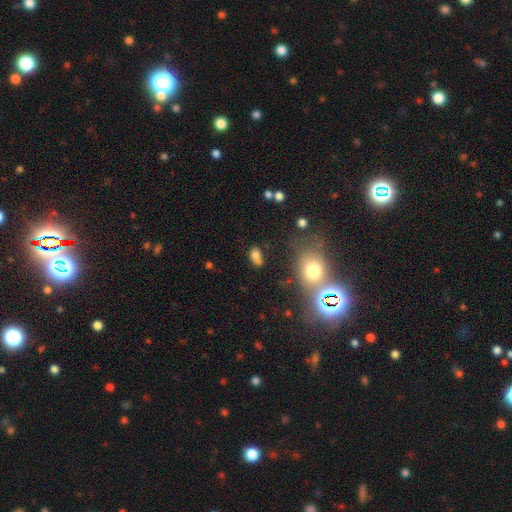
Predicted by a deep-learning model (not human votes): Smooth or featured? Predicted: smooth (p=0.75). How rounded? Predicted: in between (p=0.77). Merging? Predicted: none (p=0.55).